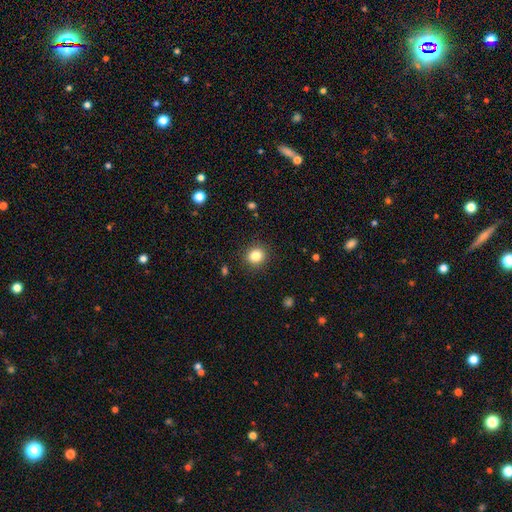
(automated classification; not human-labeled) Smooth or featured?
  - smooth: 84% *
  - star or artifact: 11%
  - featured or disk: 6%
How rounded?
  - round: 85% *
  - in between: 14%
  - cigar-shaped: 1%
Merging?
  - none: 90% *
  - minor disturbance: 7%
  - major disturbance: 2%
  - merger: 1%